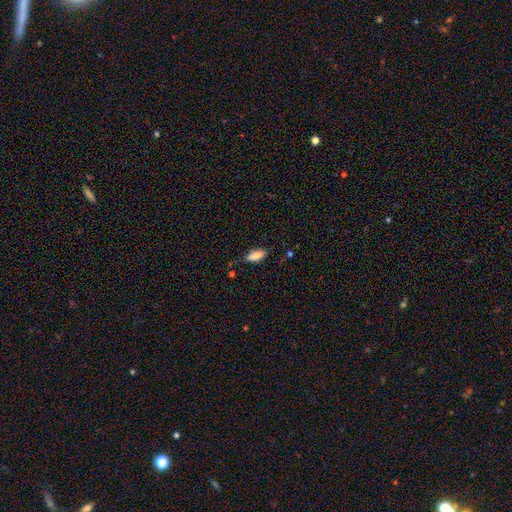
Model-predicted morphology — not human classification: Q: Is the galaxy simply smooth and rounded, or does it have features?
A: smooth — 84%.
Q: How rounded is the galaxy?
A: in between — 81%.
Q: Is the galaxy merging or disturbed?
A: none — 68%.